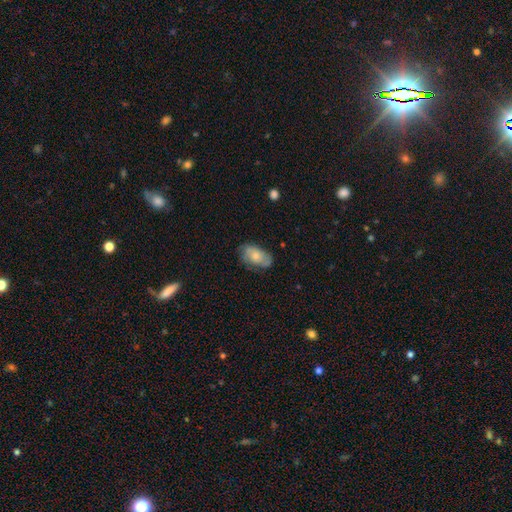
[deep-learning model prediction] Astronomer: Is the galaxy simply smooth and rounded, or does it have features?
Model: smooth — 64%.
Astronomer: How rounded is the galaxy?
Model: in between — 91%.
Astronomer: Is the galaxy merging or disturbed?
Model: none — 65%.